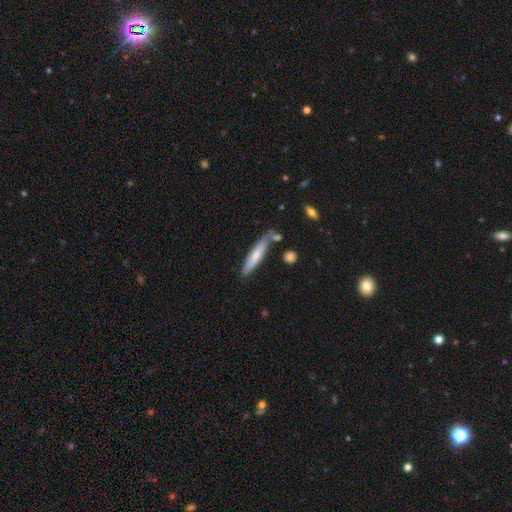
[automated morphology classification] The model was most divided on "smooth or featured": smooth: 64%, featured or disk: 31%, star or artifact: 5%. More confident: how rounded — cigar-shaped (88%); merging — none (72%).